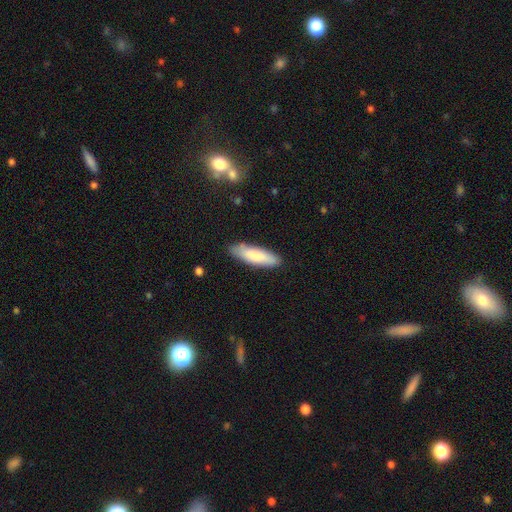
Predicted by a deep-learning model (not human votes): Smooth or featured? smooth (83%)
How rounded? cigar-shaped (56%)
Merging? none (84%)